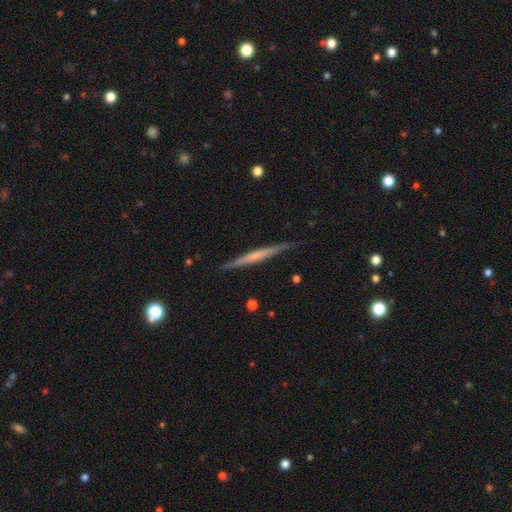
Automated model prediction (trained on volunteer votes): A featured or disk galaxy (58%) viewed edge-on (97%) with no central bulge (65%).

Vote fractions:
- Smooth or featured? featured or disk: 58% / smooth: 36% / star or artifact: 5%
- Edge-on disk? yes: 97% / no: 3%
- Edge-on bulge? none: 65% / rounded: 22% / boxy: 13%
- Merging? none: 89% / minor disturbance: 8% / major disturbance: 2% / merger: 1%